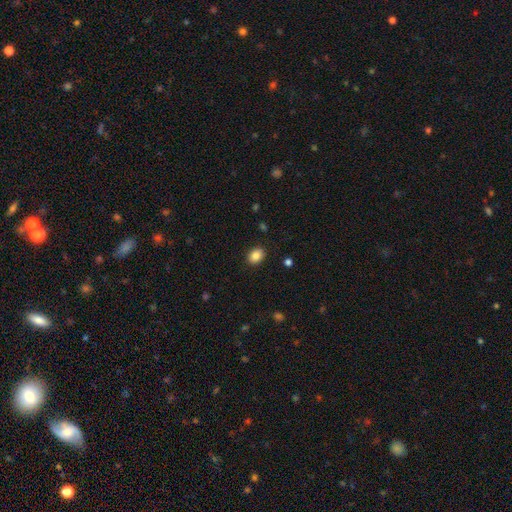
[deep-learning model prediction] Q: Smooth or featured?
A: smooth (87%); runner-up: star or artifact (9%)
Q: How rounded?
A: in between (64%); runner-up: round (35%)
Q: Merging?
A: none (88%); runner-up: minor disturbance (8%)